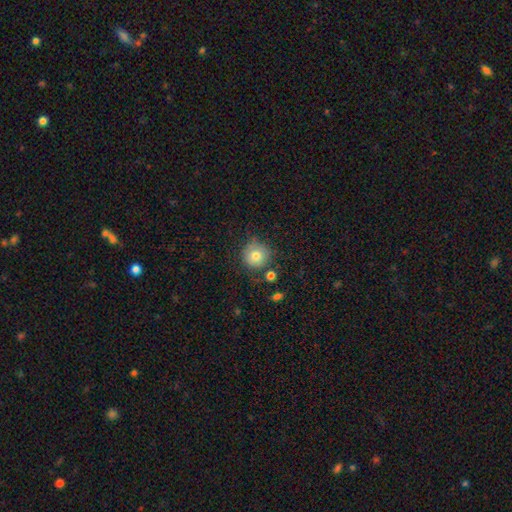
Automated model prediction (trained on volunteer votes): A smooth galaxy with no disk features (76%) that is round (94%).

Vote fractions:
- Smooth or featured? smooth: 76% / featured or disk: 14% / star or artifact: 10%
- How rounded? round: 94% / in between: 5% / cigar-shaped: 1%
- Merging? none: 74% / minor disturbance: 16% / merger: 5% / major disturbance: 5%